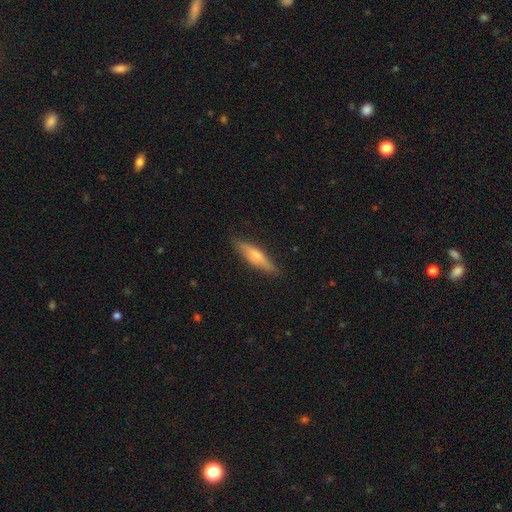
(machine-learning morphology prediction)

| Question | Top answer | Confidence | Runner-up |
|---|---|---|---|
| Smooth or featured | smooth | 49% | featured or disk (45%) |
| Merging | none | 86% | minor disturbance (11%) |